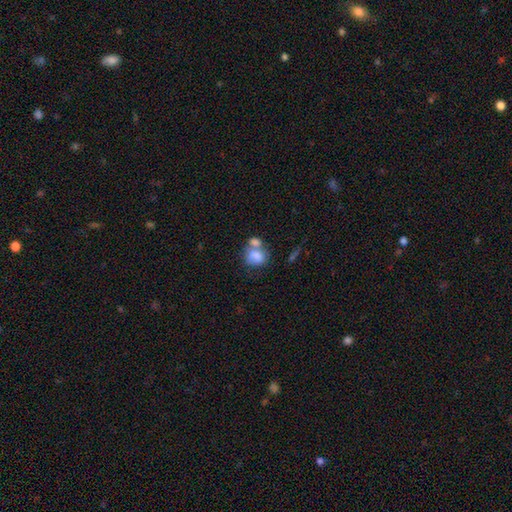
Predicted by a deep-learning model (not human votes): smooth 75%, featured or disk 16%, star or artifact 9%. Down the decision tree: how rounded — in between (53%); merging — merger (57%).